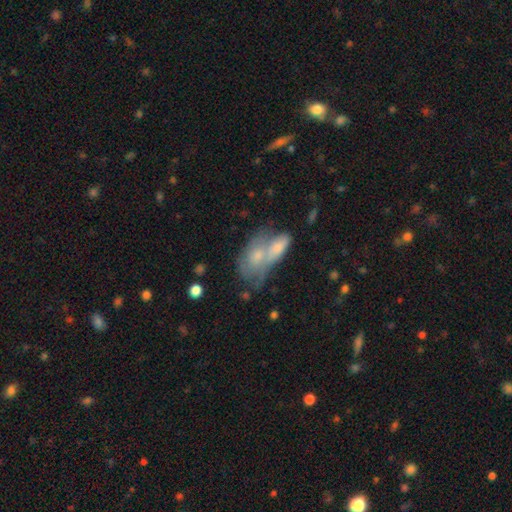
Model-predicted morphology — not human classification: smooth_or_featured: smooth (p=0.50) [alt: featured or disk p=0.40]
how_rounded: in between (p=0.81) [alt: round p=0.13]
merging: merger (p=0.65) [alt: none p=0.19]